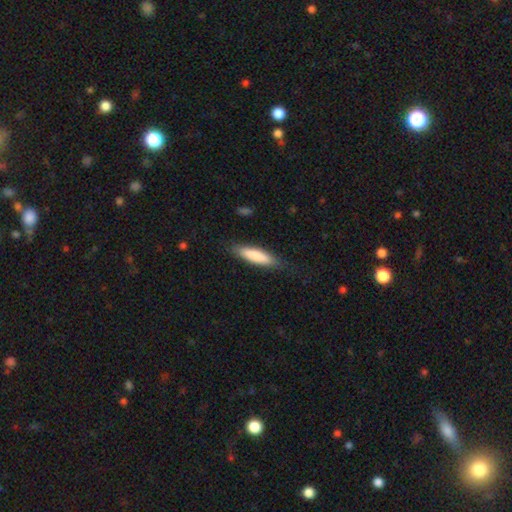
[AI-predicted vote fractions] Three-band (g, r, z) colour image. It shows a smooth galaxy with no disk features (80%) that is cigar-shaped (70%). Merging: none (82%).